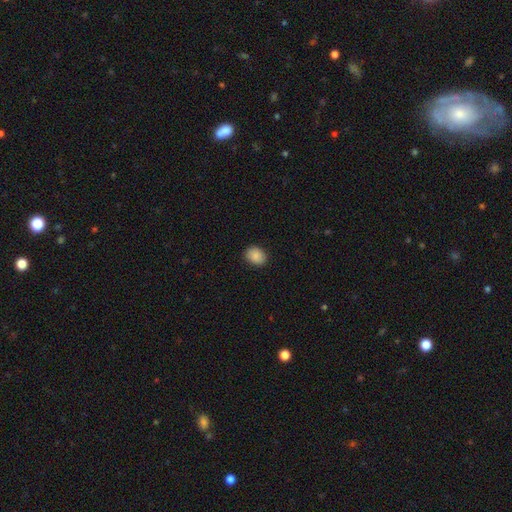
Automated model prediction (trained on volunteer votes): Morphology: type=smooth (88%); roundness=in between (53%); merging=none (89%).